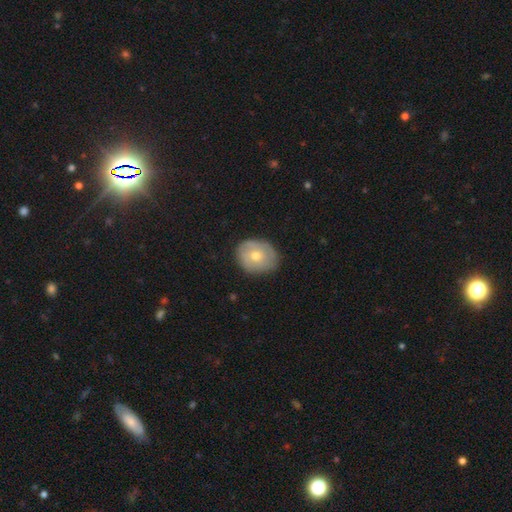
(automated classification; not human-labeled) The model was most divided on "how rounded": round: 59%, in between: 40%, cigar-shaped: 1%. More confident: merging — none (79%); smooth or featured — smooth (57%).